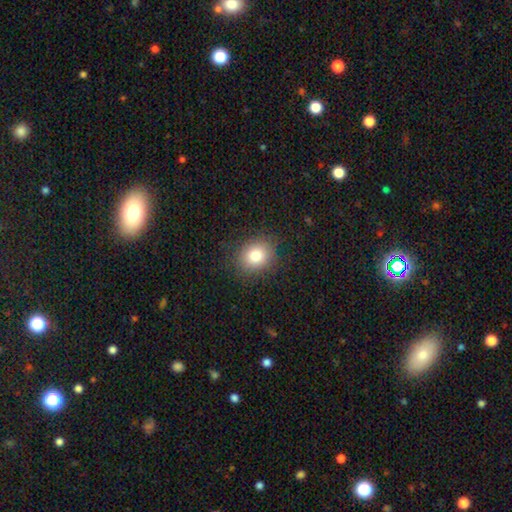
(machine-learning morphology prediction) Q: Smooth or featured?
A: smooth (81%); runner-up: star or artifact (11%)
Q: How rounded?
A: round (63%); runner-up: in between (36%)
Q: Merging?
A: none (86%); runner-up: minor disturbance (9%)